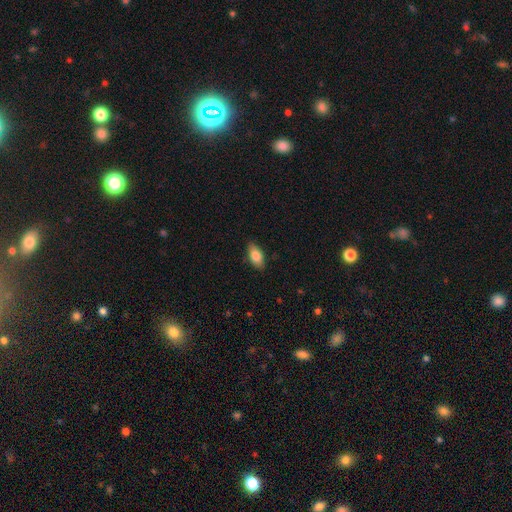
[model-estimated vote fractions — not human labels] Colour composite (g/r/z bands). It shows a smooth galaxy with no disk features (83%) that is in between round and cigar-shaped (90%). Merging: none (84%).